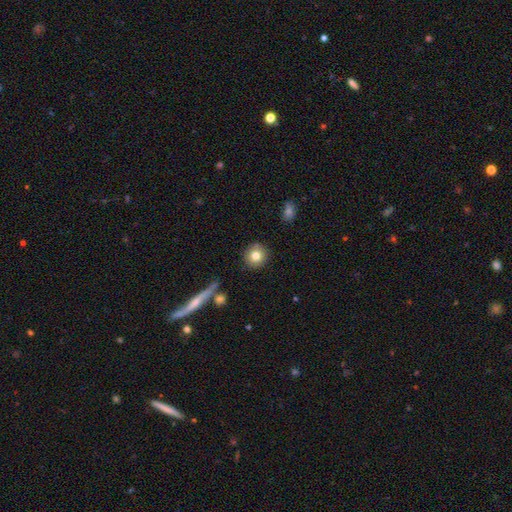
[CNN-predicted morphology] Q: Smooth or featured?
A: smooth (79%); runner-up: featured or disk (11%)
Q: How rounded?
A: round (93%); runner-up: in between (6%)
Q: Merging?
A: none (88%); runner-up: minor disturbance (7%)